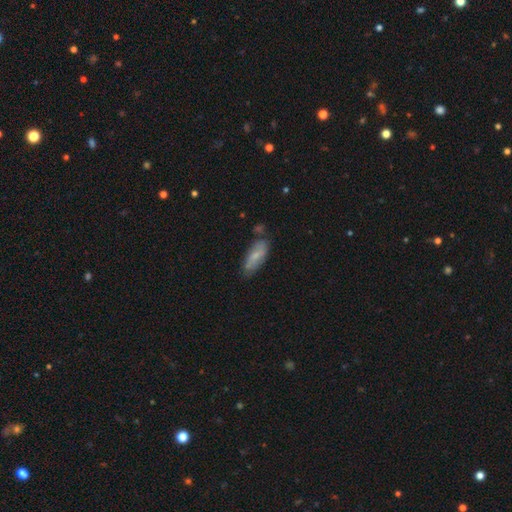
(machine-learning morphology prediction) This is likely a smooth galaxy (64%). How rounded: likely in between (64%). Merging: likely none (67%).